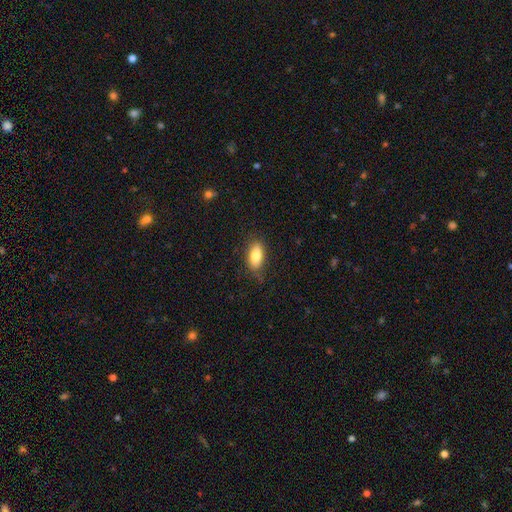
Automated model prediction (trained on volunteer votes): Morphology: type=smooth (82%); roundness=in between (86%); merging=none (80%).